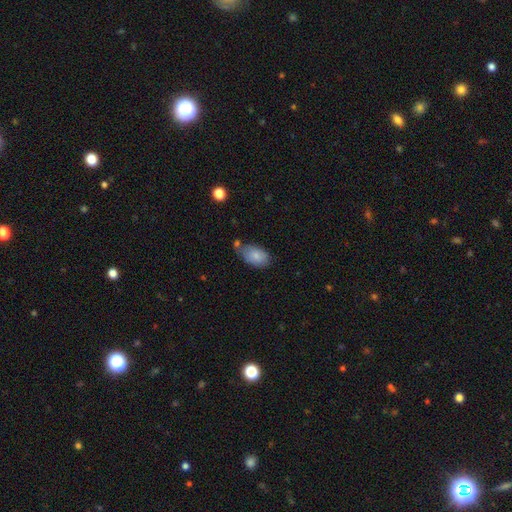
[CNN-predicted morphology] Smooth or featured?
  - smooth: 82% *
  - featured or disk: 12%
  - star or artifact: 7%
How rounded?
  - in between: 92% *
  - round: 6%
  - cigar-shaped: 2%
Merging?
  - none: 54% *
  - minor disturbance: 27%
  - merger: 12%
  - major disturbance: 7%